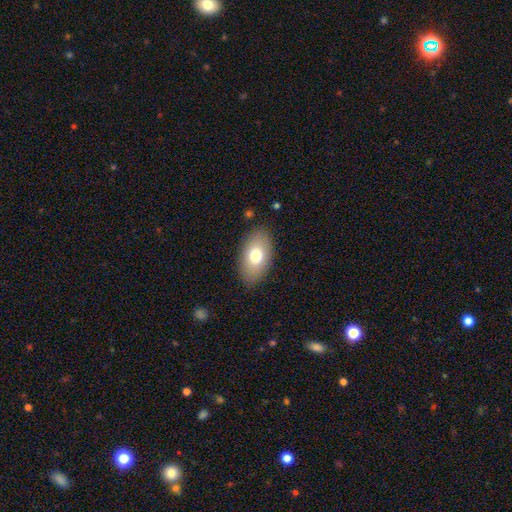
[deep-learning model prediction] Q: Smooth or featured?
A: smooth (74%); runner-up: featured or disk (18%)
Q: How rounded?
A: in between (93%); runner-up: round (5%)
Q: Merging?
A: none (86%); runner-up: minor disturbance (10%)